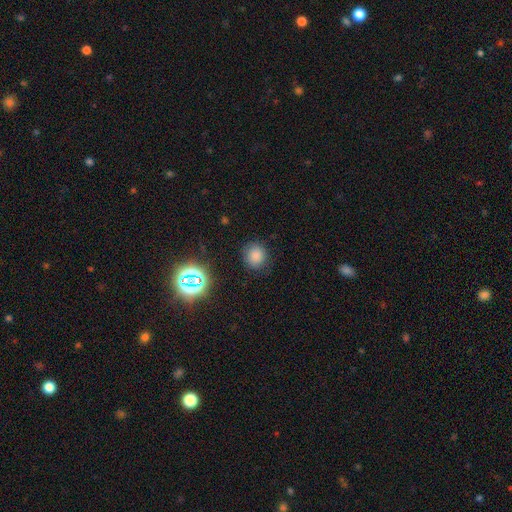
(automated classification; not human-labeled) This is likely a smooth galaxy (78%). How rounded: clearly round (82%). Merging: clearly none (85%).